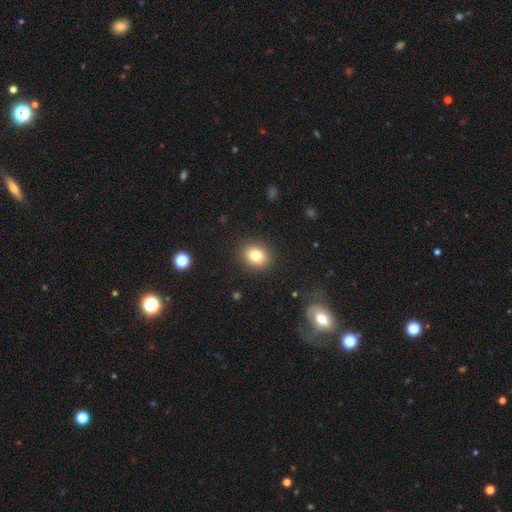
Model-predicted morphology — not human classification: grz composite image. It shows a smooth galaxy with no disk features (80%) that is round (63%). Merging: none (89%).